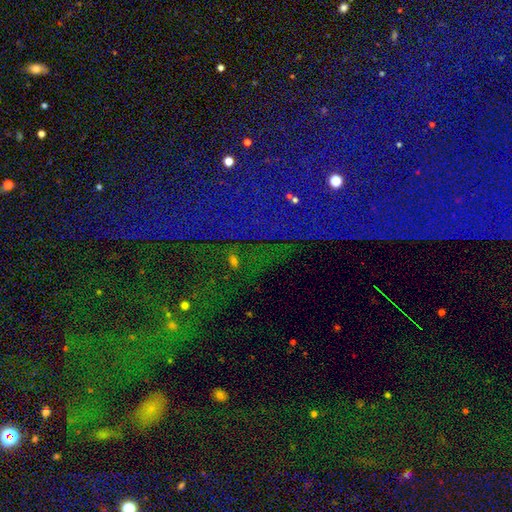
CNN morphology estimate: The model was most divided on "smooth or featured": star or artifact: 80%, featured or disk: 10%, smooth: 10%.